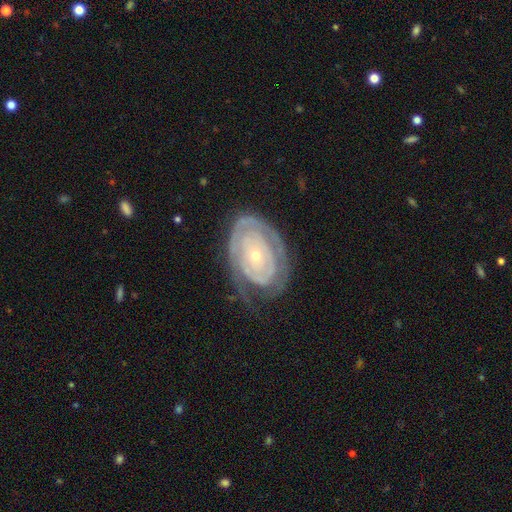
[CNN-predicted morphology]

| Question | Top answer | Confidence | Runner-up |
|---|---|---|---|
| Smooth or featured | featured or disk | 78% | smooth (17%) |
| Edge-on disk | no | 95% | yes (5%) |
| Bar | no | 85% | weak (12%) |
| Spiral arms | yes | 72% | no (28%) |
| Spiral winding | tight | 79% | medium (14%) |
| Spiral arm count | can't tell | 50% | 2 (20%) |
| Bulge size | small | 71% | moderate (26%) |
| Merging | none | 62% | minor disturbance (22%) |